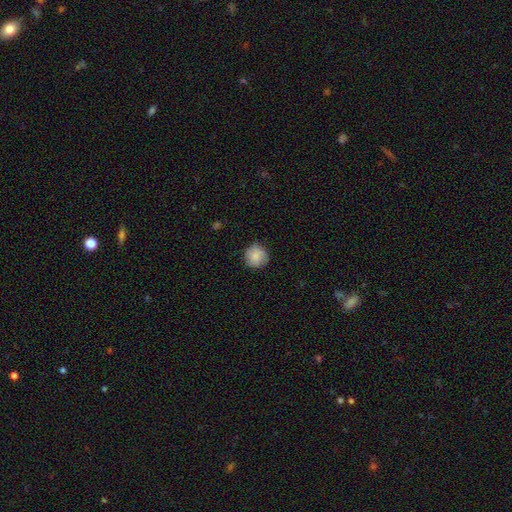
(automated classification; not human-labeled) Smooth or featured? Predicted: smooth (p=0.85). How rounded? Predicted: round (p=0.92). Merging? Predicted: none (p=0.83).